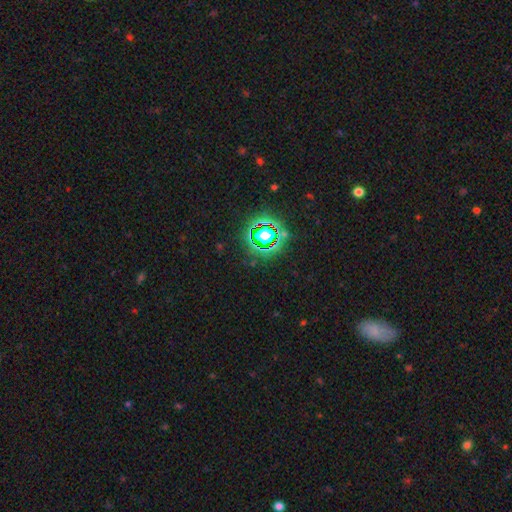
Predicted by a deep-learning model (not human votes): This is likely a star or artifact rather than a galaxy (79%).